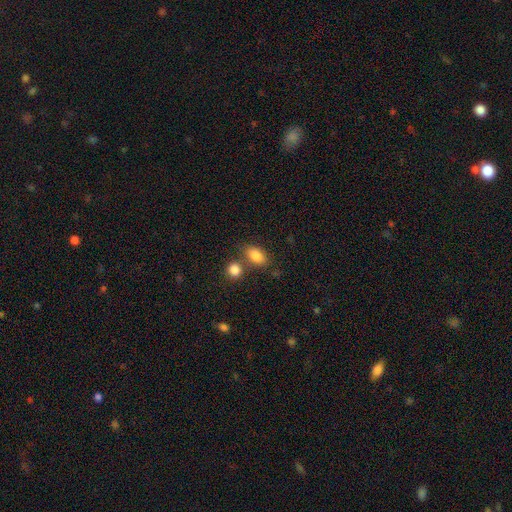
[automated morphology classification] The model was most divided on "merging": none: 63%, merger: 22%, minor disturbance: 12%, major disturbance: 4%. More confident: how rounded — in between (84%); smooth or featured — smooth (84%).